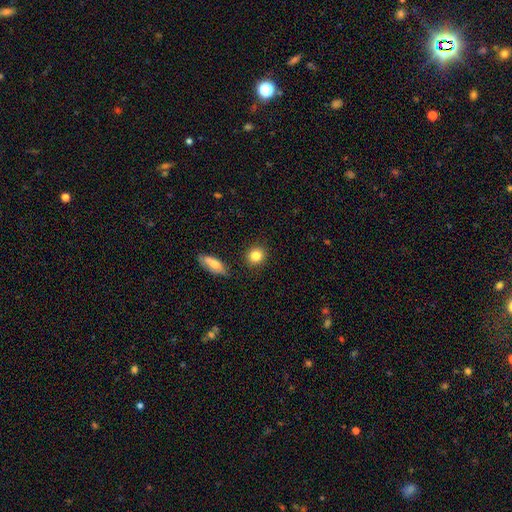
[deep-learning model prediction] Q: Smooth or featured?
A: smooth (83%); runner-up: star or artifact (9%)
Q: How rounded?
A: round (82%); runner-up: in between (16%)
Q: Merging?
A: none (87%); runner-up: minor disturbance (8%)